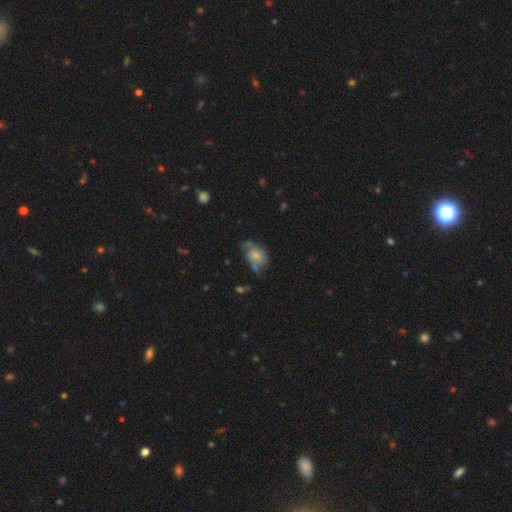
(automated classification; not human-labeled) smooth-or-featured: smooth: 58% | featured or disk: 33% | star or artifact: 9%
  how-rounded: in between: 77% | round: 22% | cigar-shaped: 2%
  merging: none: 37% | minor disturbance: 35% | major disturbance: 21% | merger: 7%